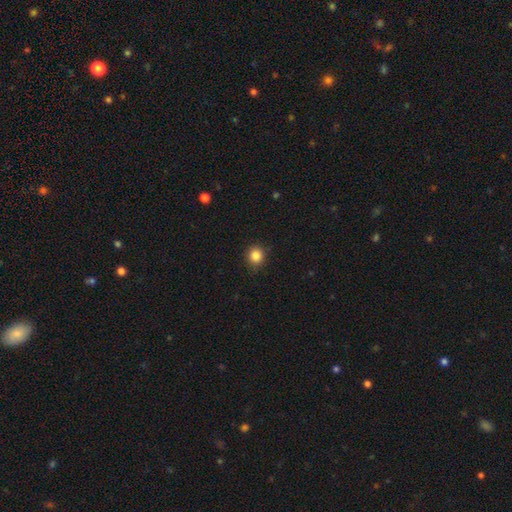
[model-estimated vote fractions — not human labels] smooth_or_featured: smooth (p=0.85) [alt: star or artifact p=0.11]
how_rounded: round (p=0.88) [alt: in between p=0.11]
merging: none (p=0.89) [alt: minor disturbance p=0.08]